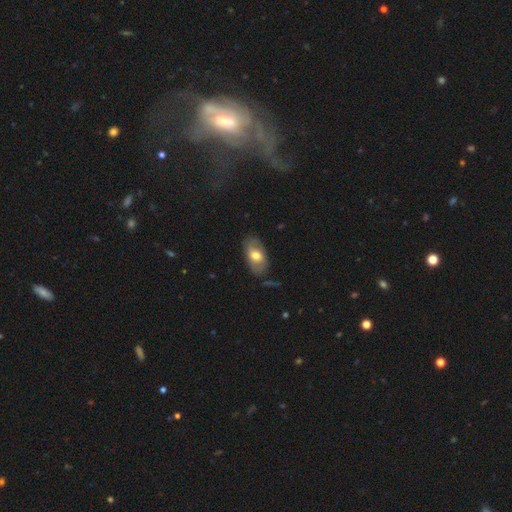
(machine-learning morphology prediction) Smooth or featured? smooth (59%)
How rounded? in between (92%)
Merging? none (78%)